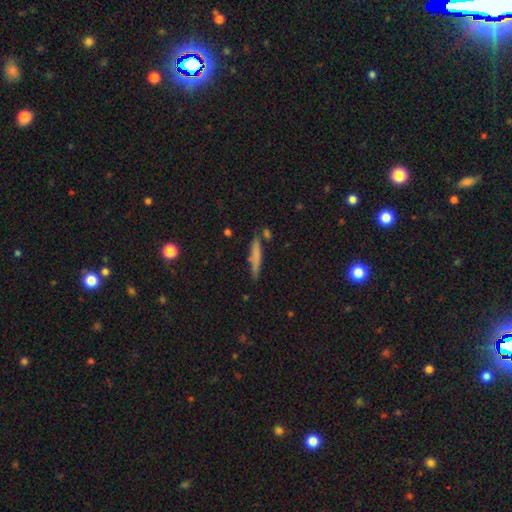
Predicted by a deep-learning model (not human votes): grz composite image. It shows a smooth galaxy with no disk features (68%) that is cigar-shaped (91%). Merging: none (77%).